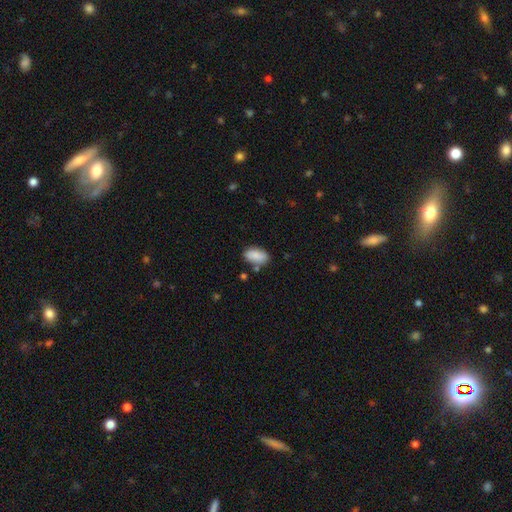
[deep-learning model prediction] smooth_or_featured: smooth (p=0.86) [alt: featured or disk p=0.07]
how_rounded: in between (p=0.93) [alt: round p=0.04]
merging: none (p=0.76) [alt: minor disturbance p=0.15]